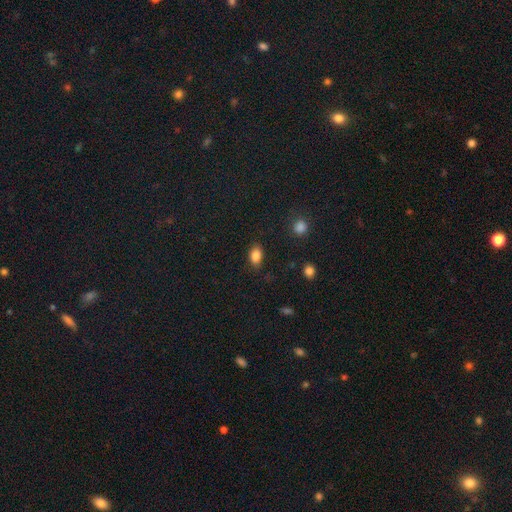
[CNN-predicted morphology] A smooth galaxy with no disk features (85%) that is in between round and cigar-shaped (84%). Merging: none (83%).